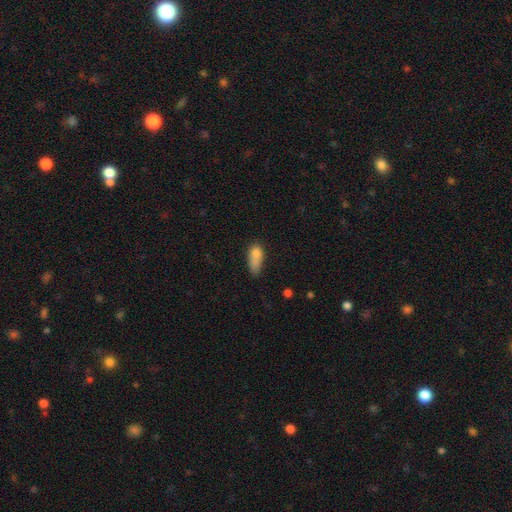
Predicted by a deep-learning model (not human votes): Smooth or featured? Predicted: smooth (p=0.80). How rounded? Predicted: in between (p=0.76). Merging? Predicted: minor disturbance (p=0.36).